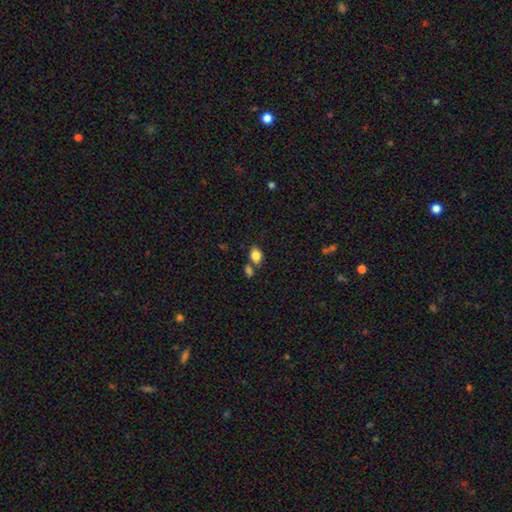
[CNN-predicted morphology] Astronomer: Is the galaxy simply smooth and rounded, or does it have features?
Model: smooth — 85%.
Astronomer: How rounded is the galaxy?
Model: in between — 72%.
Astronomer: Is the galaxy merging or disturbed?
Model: none — 59%.